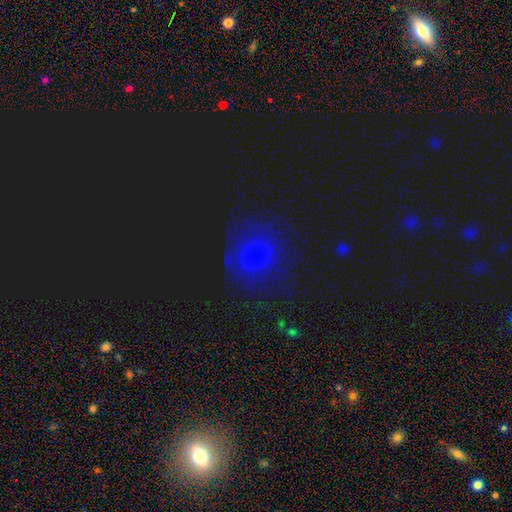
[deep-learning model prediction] This is possibly a smooth galaxy (49%). Merging: clearly none (81%).